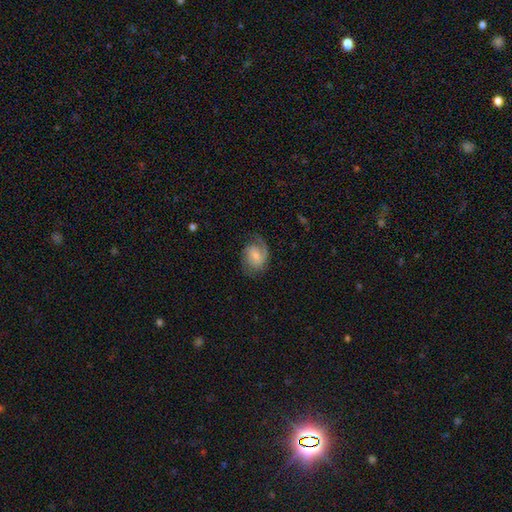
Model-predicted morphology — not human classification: Smooth or featured?
  - featured or disk: 74% *
  - smooth: 20%
  - star or artifact: 6%
Edge-on disk?
  - no: 97% *
  - yes: 3%
Bar?
  - no: 48% *
  - weak: 42%
  - strong: 10%
Spiral arms?
  - yes: 95% *
  - no: 5%
Spiral winding?
  - medium: 44% *
  - tight: 39%
  - loose: 17%
Spiral arm count?
  - 2: 62% *
  - 1: 25%
  - can't tell: 8%
  - 3: 3%
  - 4: 1%
  - more than 4: 1%
Bulge size?
  - small: 52% *
  - moderate: 32%
  - none: 10%
  - large: 5%
  - dominant: 1%
Merging?
  - none: 70% *
  - minor disturbance: 18%
  - major disturbance: 11%
  - merger: 1%